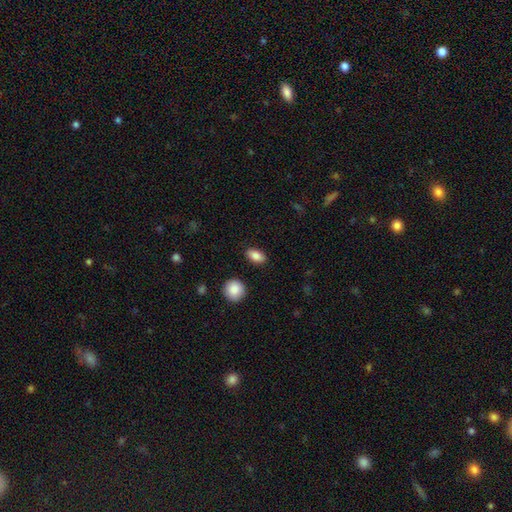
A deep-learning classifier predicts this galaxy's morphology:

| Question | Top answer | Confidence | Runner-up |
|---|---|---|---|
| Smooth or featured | smooth | 86% | star or artifact (8%) |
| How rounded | in between | 86% | round (11%) |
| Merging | none | 88% | minor disturbance (8%) |